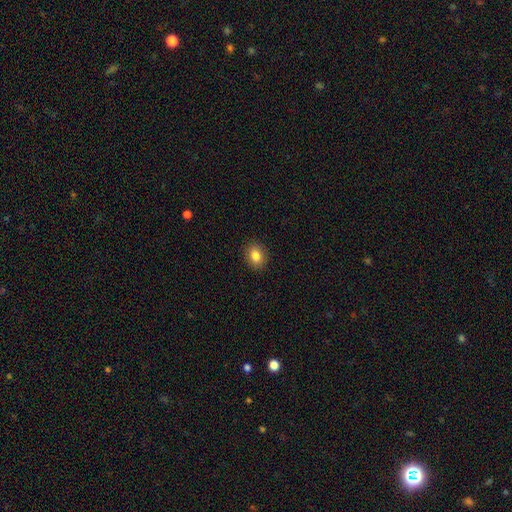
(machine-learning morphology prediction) Overall: smooth (84%). How rounded: in between (53%; round 46%). Merging: none (90%).